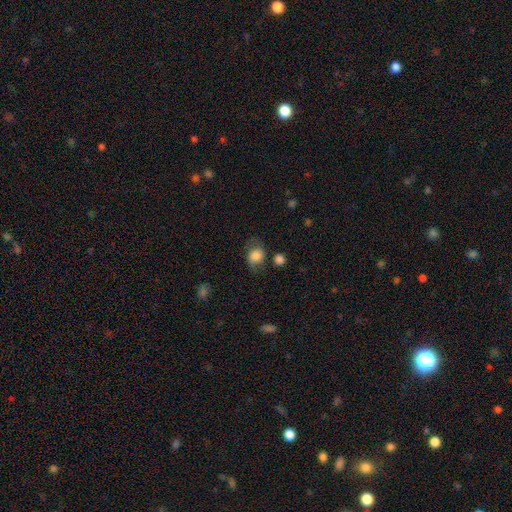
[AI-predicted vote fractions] smooth_or_featured: smooth (p=0.73) [alt: featured or disk p=0.19]
how_rounded: round (p=0.52) [alt: in between p=0.47]
merging: none (p=0.59) [alt: minor disturbance p=0.24]